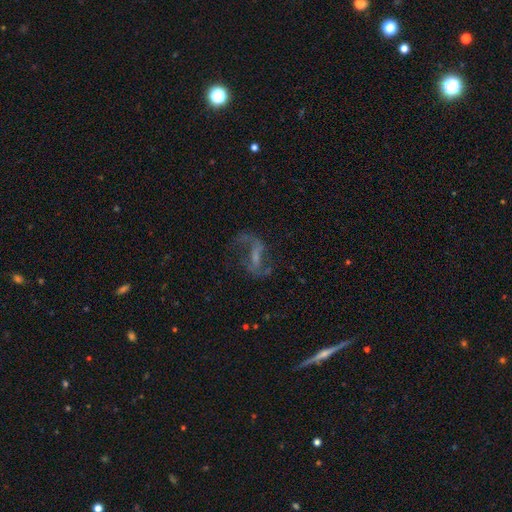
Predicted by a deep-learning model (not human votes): Morphology: type=featured or disk (77%); edge-on=no (94%); bar=weak (41%, tied with strong); spiral arms=yes (85%); winding=loose (61%); arm count=2 (86%); bulge=none (39%); merging=none (60%).